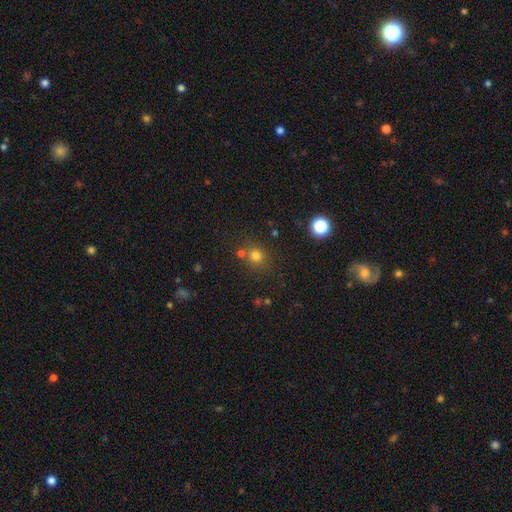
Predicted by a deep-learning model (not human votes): Smooth or featured? Predicted: smooth (p=0.74). How rounded? Predicted: round (p=0.81). Merging? Predicted: none (p=0.70).